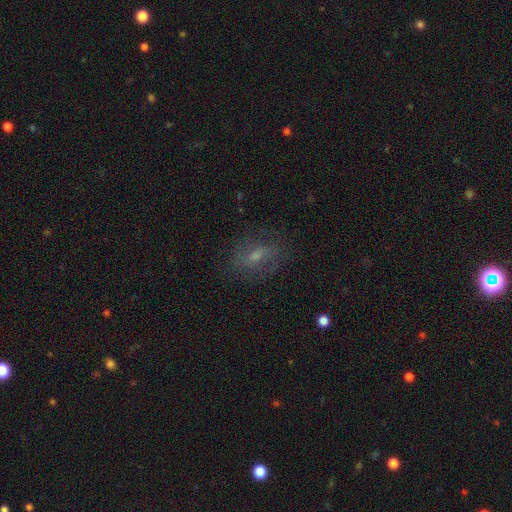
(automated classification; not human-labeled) This is marginally a featured or disk galaxy (45%). Merging: likely none (75%).